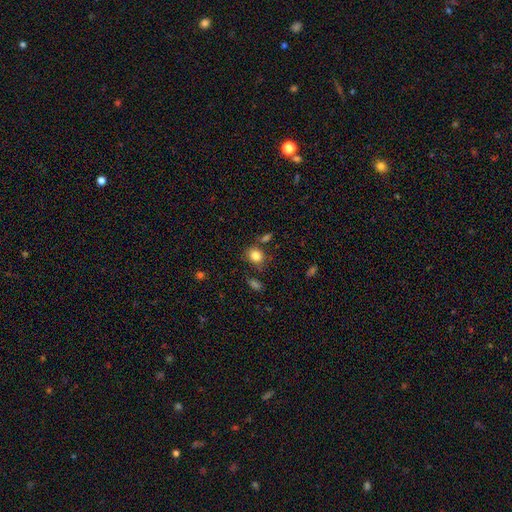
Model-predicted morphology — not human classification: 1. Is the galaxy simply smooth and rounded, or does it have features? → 83% smooth, 10% star or artifact, 7% featured or disk.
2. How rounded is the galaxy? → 61% round, 38% in between, 1% cigar-shaped.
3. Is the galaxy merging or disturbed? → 72% none, 15% minor disturbance, 9% merger, 5% major disturbance.